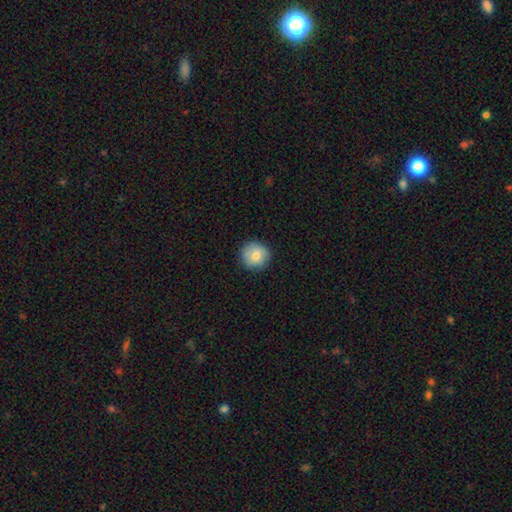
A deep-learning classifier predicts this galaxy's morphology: type=smooth (80%); roundness=round (93%); merging=none (87%).